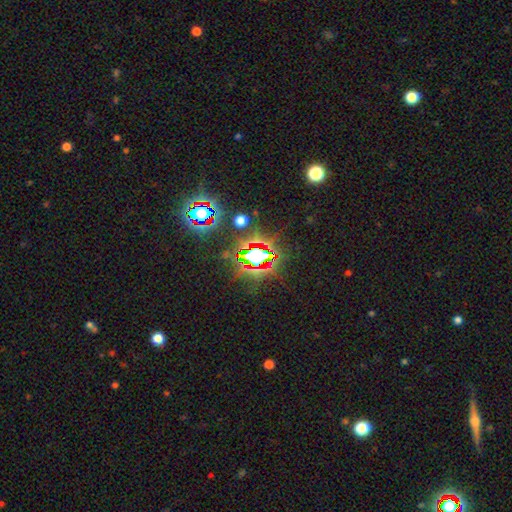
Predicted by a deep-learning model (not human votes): Overall: star or artifact (76%).